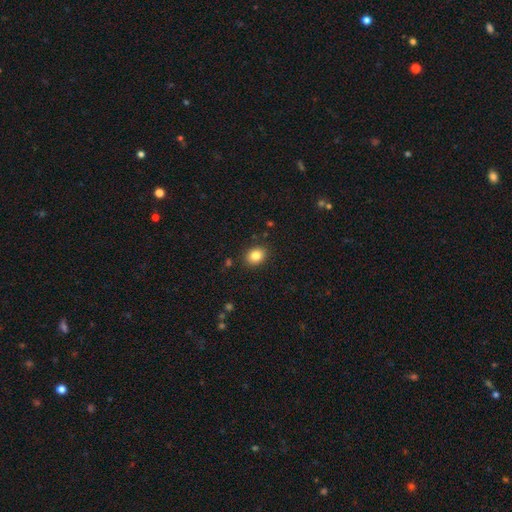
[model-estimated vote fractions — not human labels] A smooth galaxy with no disk features (84%) that is in between round and cigar-shaped (51%). Merging: none (87%).